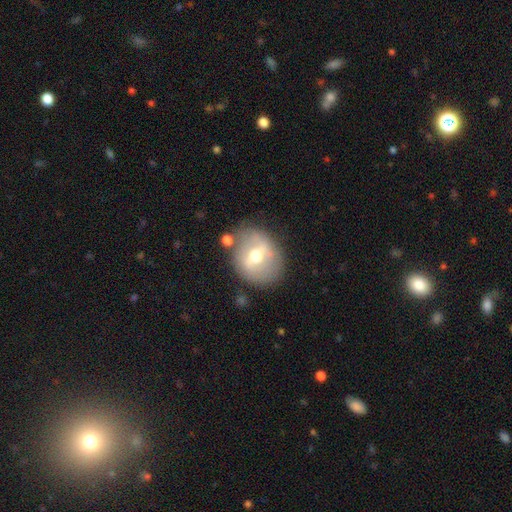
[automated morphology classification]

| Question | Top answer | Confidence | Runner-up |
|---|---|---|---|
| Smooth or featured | featured or disk | 52% | smooth (40%) |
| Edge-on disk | no | 91% | yes (9%) |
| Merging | none | 75% | minor disturbance (14%) |